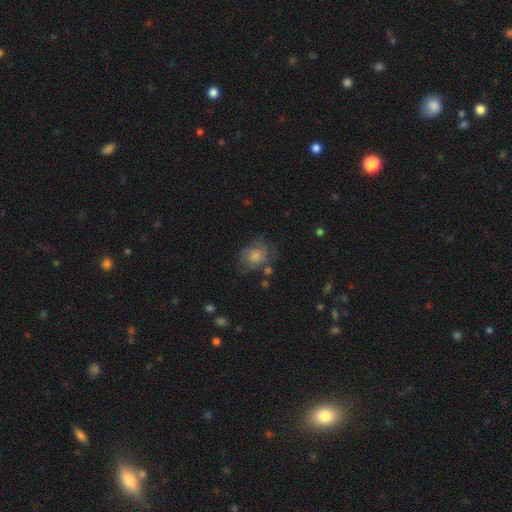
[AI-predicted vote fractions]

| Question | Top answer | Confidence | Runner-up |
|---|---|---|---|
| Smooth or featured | smooth | 61% | featured or disk (29%) |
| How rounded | round | 55% | in between (44%) |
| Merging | none | 46% | minor disturbance (28%) |